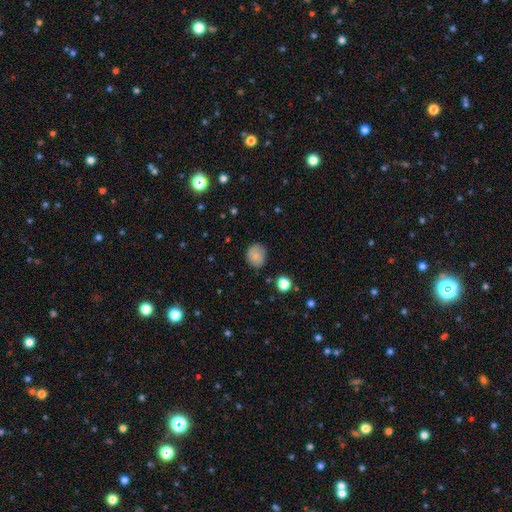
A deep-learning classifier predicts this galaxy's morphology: Smooth or featured?
  - smooth: 81% *
  - star or artifact: 10%
  - featured or disk: 9%
How rounded?
  - round: 71% *
  - in between: 28%
  - cigar-shaped: 1%
Merging?
  - none: 79% *
  - minor disturbance: 16%
  - major disturbance: 3%
  - merger: 2%